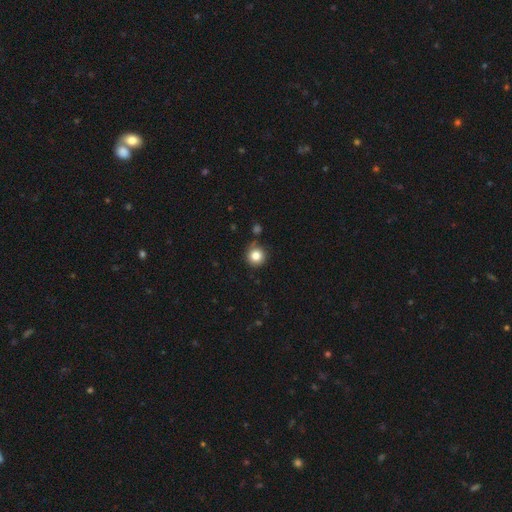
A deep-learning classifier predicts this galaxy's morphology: smooth_or_featured: smooth (p=0.83) [alt: star or artifact p=0.11]
how_rounded: round (p=0.94) [alt: in between p=0.05]
merging: none (p=0.82) [alt: minor disturbance p=0.10]